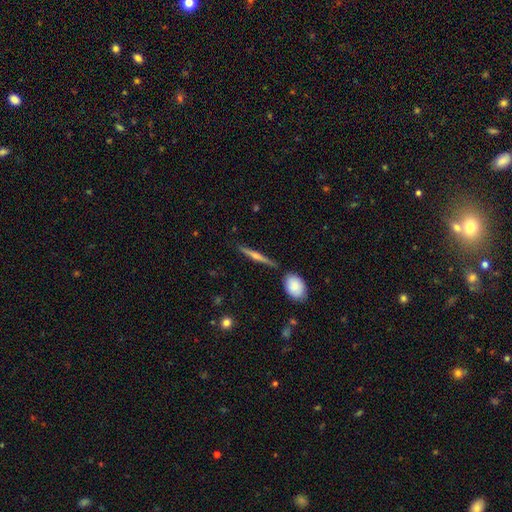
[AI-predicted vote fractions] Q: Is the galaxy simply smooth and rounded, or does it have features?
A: featured or disk — 67%.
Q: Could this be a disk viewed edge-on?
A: yes — 97%.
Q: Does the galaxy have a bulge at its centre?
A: rounded — 83%.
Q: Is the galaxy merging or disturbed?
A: none — 86%.